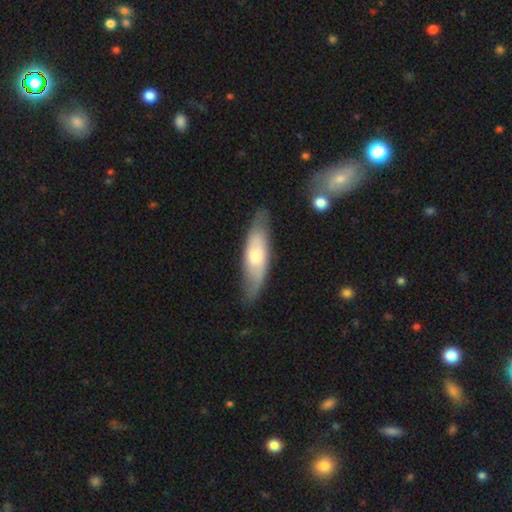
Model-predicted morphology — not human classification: A smooth galaxy with no disk features (53%) that is cigar-shaped (58%).

Vote fractions:
- Smooth or featured? smooth: 53% / featured or disk: 41% / star or artifact: 5%
- How rounded? cigar-shaped: 58% / in between: 40% / round: 2%
- Merging? none: 78% / minor disturbance: 16% / major disturbance: 4% / merger: 2%